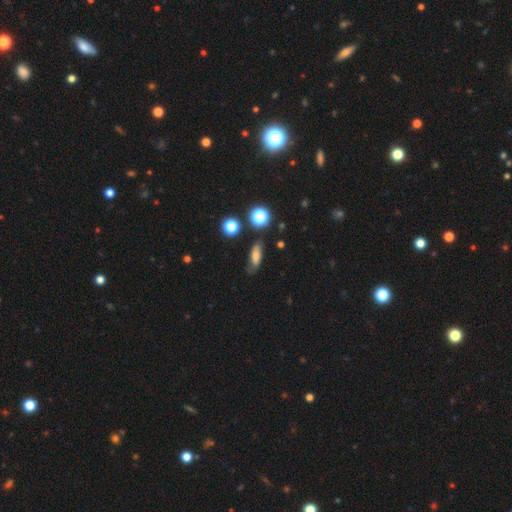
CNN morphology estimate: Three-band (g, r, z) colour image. It shows a smooth galaxy with no disk features (61%) that is in between round and cigar-shaped (64%). Merging: none (69%).